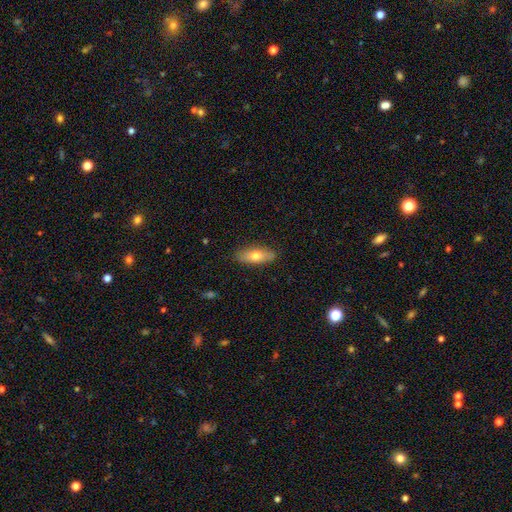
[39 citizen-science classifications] smooth_or_featured: smooth (p=0.56) [alt: featured or disk p=0.38]
how_rounded: in between (p=0.55) [alt: cigar-shaped p=0.45]
merging: none (p=0.95) [alt: minor disturbance p=0.03]